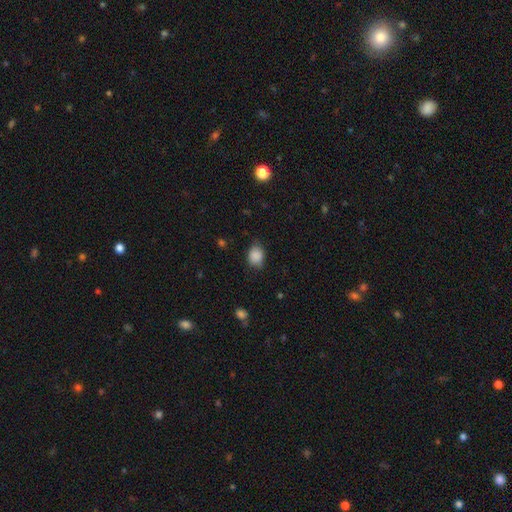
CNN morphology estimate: Q: Smooth or featured?
A: smooth (88%); runner-up: star or artifact (8%)
Q: How rounded?
A: in between (54%); runner-up: round (45%)
Q: Merging?
A: none (71%); runner-up: minor disturbance (23%)